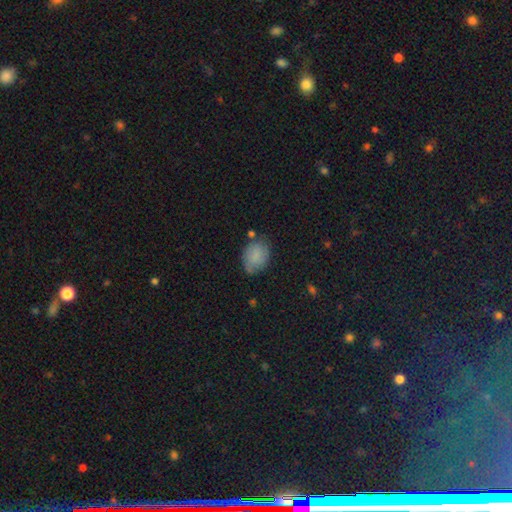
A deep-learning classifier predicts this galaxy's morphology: This is clearly a smooth galaxy (80%). How rounded: likely in between (66%). Merging: likely none (63%).